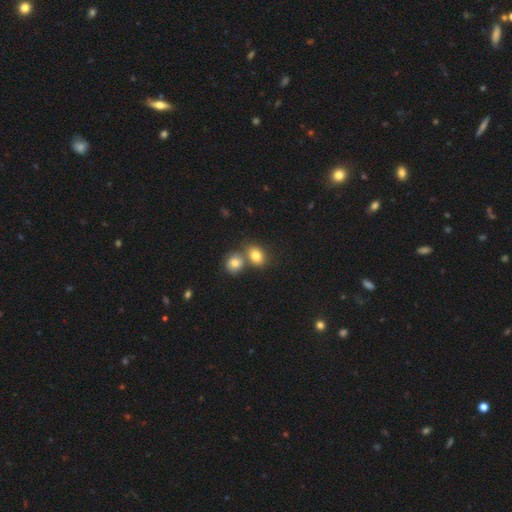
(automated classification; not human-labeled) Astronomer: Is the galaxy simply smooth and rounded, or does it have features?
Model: smooth — 79%.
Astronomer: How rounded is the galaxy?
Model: in between — 58% (runner-up: round, 41%).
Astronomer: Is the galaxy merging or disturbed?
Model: none — 45% (runner-up: merger, 43%).